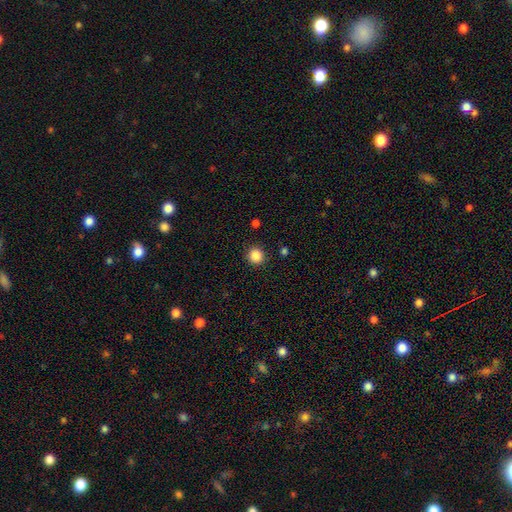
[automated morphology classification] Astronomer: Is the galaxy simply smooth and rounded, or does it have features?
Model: smooth — 86%.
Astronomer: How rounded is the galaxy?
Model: round — 94%.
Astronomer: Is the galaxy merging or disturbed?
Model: none — 91%.